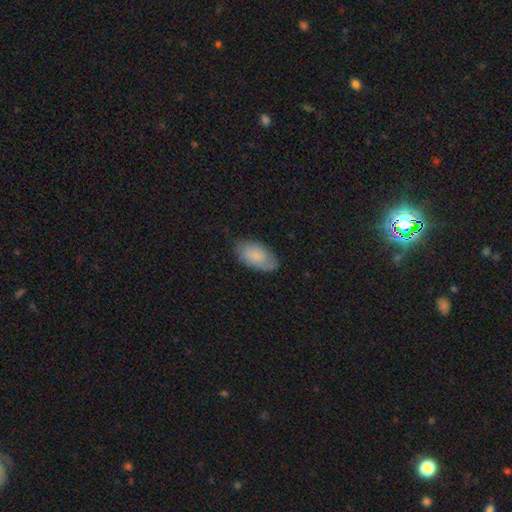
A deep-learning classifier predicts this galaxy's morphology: smooth_or_featured: smooth (p=0.77) [alt: featured or disk p=0.16]
how_rounded: in between (p=0.95) [alt: round p=0.03]
merging: none (p=0.76) [alt: minor disturbance p=0.19]